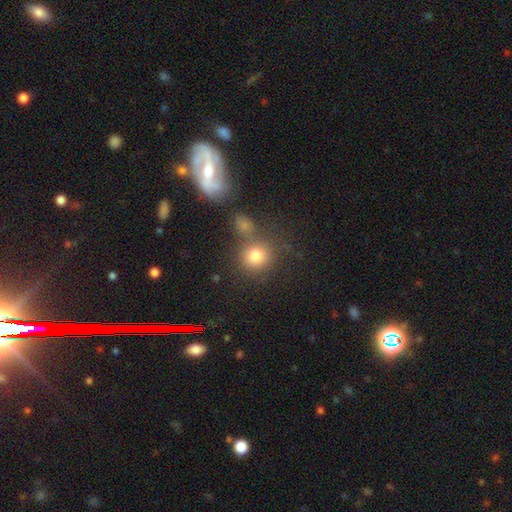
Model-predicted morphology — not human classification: Q: Smooth or featured?
A: smooth (79%); runner-up: star or artifact (13%)
Q: How rounded?
A: round (83%); runner-up: in between (16%)
Q: Merging?
A: none (61%); runner-up: merger (21%)